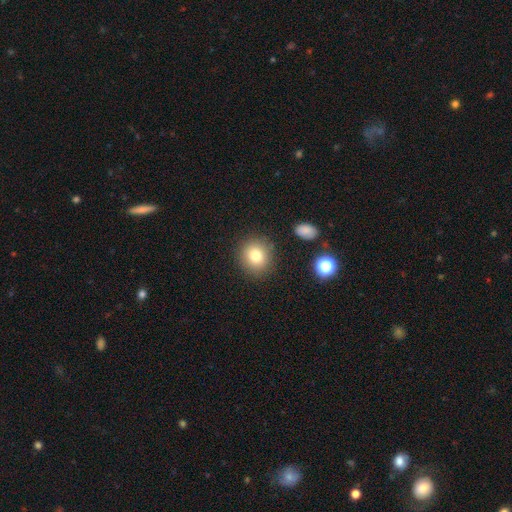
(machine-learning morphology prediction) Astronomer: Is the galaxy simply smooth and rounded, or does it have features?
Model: smooth — 79%.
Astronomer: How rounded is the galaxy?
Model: round — 85%.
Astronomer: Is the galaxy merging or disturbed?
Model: none — 86%.